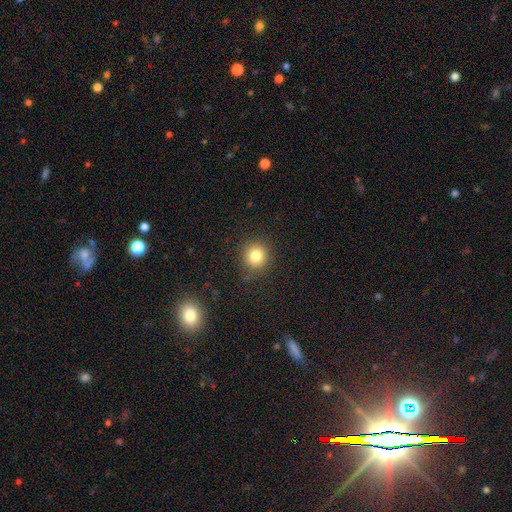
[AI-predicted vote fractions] The model was most divided on "smooth or featured": smooth: 80%, star or artifact: 12%, featured or disk: 7%. More confident: how rounded — round (91%); merging — none (88%).